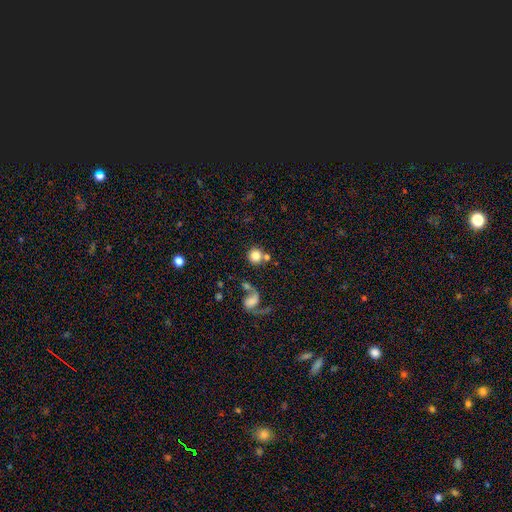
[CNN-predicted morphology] smooth-or-featured: smooth: 79% | featured or disk: 12% | star or artifact: 9%
  how-rounded: round: 93% | in between: 6% | cigar-shaped: 1%
  merging: none: 66% | merger: 19% | minor disturbance: 9% | major disturbance: 6%